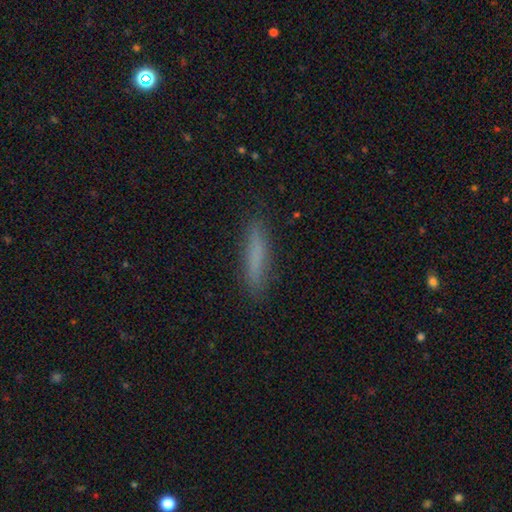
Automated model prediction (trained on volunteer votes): Smooth or featured? smooth (76%)
How rounded? cigar-shaped (89%)
Merging? none (88%)